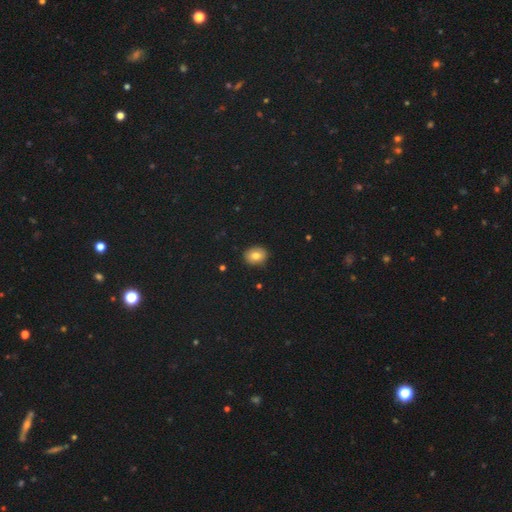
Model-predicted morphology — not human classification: Smooth or featured: smooth — 79% (star or artifact — 10%)
How rounded: round — 56% (in between — 43%)
Merging: none — 86% (minor disturbance — 11%)